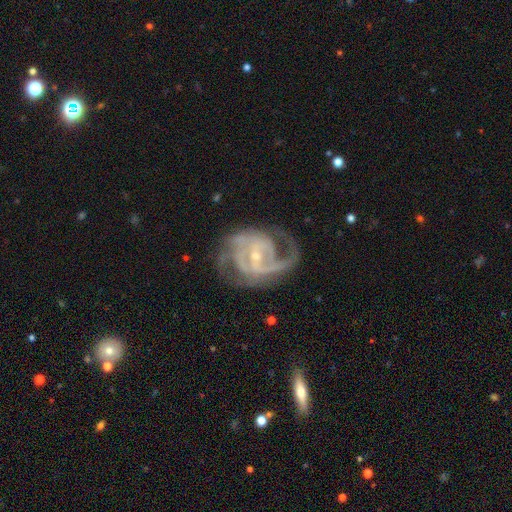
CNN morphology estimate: Smooth or featured?
  - featured or disk: 89% *
  - star or artifact: 5%
  - smooth: 5%
Edge-on disk?
  - no: 97% *
  - yes: 3%
Bar?
  - weak: 46% *
  - no: 34%
  - strong: 20%
Spiral arms?
  - yes: 96% *
  - no: 4%
Spiral winding?
  - medium: 48% *
  - tight: 37%
  - loose: 15%
Spiral arm count?
  - 2: 44% *
  - 3: 20%
  - can't tell: 18%
  - 1: 7%
  - 4: 6%
  - more than 4: 5%
Bulge size?
  - small: 70% *
  - moderate: 26%
  - none: 2%
  - large: 1%
  - dominant: 1%
Merging?
  - none: 60% *
  - major disturbance: 19%
  - minor disturbance: 19%
  - merger: 2%